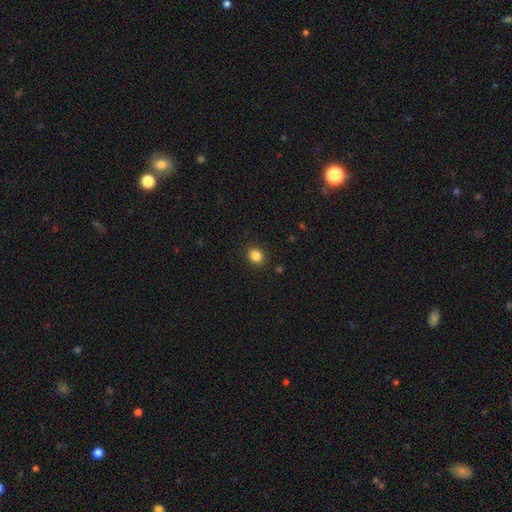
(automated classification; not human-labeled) Smooth or featured?
  - smooth: 85% *
  - star or artifact: 11%
  - featured or disk: 4%
How rounded?
  - round: 76% *
  - in between: 23%
  - cigar-shaped: 1%
Merging?
  - none: 90% *
  - minor disturbance: 6%
  - major disturbance: 2%
  - merger: 1%